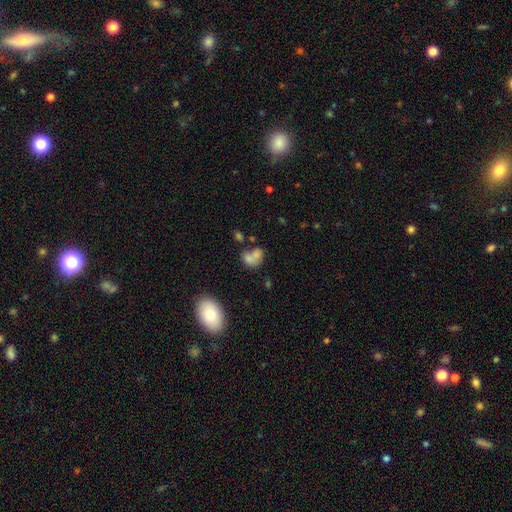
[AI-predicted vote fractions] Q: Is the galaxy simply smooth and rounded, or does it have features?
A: smooth — 68%.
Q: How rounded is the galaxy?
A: in between — 63%.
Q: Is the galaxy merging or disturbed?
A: merger — 40%.